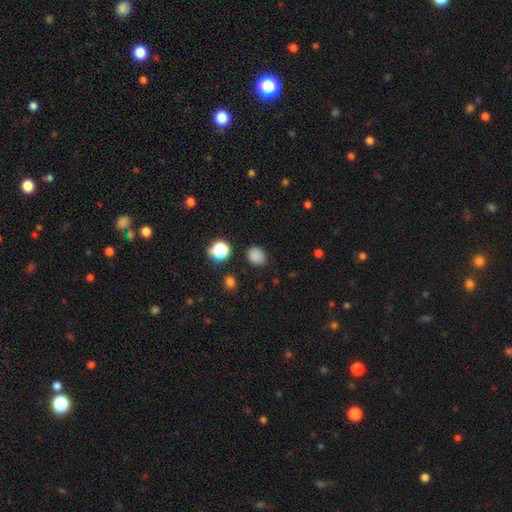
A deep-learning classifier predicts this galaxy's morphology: Smooth or featured?
  - smooth: 81% *
  - star or artifact: 15%
  - featured or disk: 4%
How rounded?
  - round: 72% *
  - in between: 27%
  - cigar-shaped: 1%
Merging?
  - none: 81% *
  - minor disturbance: 13%
  - major disturbance: 3%
  - merger: 2%